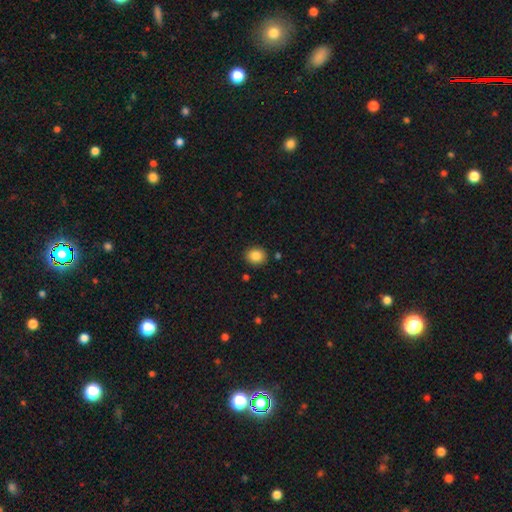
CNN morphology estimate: The model was most divided on "how rounded": round: 69%, in between: 30%, cigar-shaped: 1%. More confident: merging — none (88%); smooth or featured — smooth (87%).